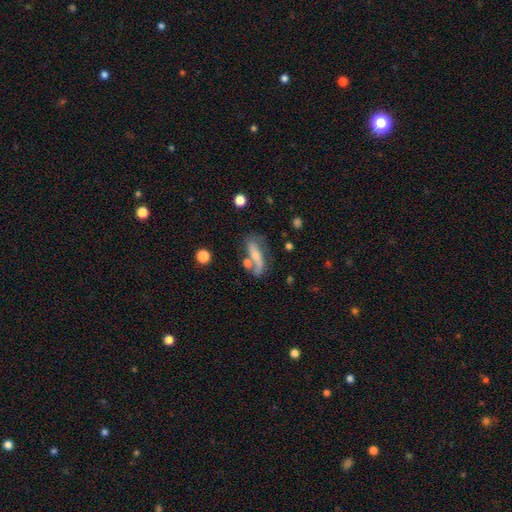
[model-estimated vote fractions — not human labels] Smooth or featured: featured or disk — 55% (smooth — 37%)
Edge-on disk: no — 77% (yes — 23%)
Merging: none — 42% (merger — 25%)